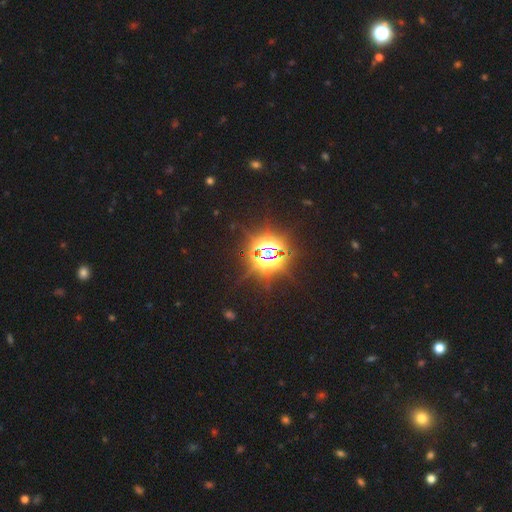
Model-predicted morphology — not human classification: Smooth or featured? star or artifact (83%)